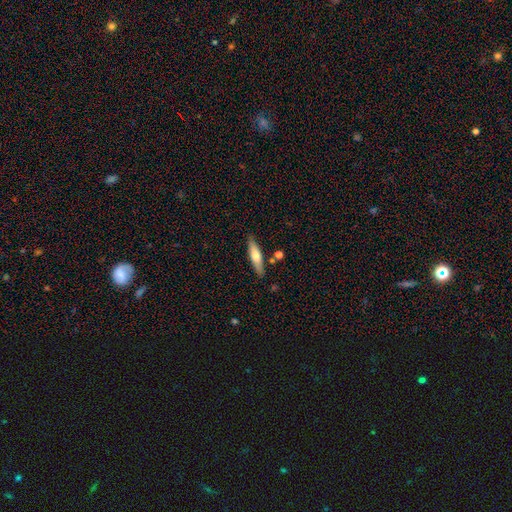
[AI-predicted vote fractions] smooth_or_featured: smooth (p=0.57) [alt: featured or disk p=0.37]
how_rounded: cigar-shaped (p=0.74) [alt: in between p=0.24]
merging: none (p=0.83) [alt: minor disturbance p=0.11]